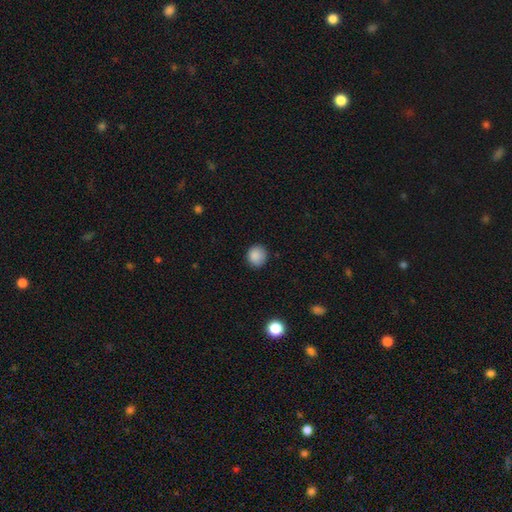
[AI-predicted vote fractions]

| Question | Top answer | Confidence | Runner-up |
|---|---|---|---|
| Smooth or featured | smooth | 88% | star or artifact (9%) |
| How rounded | round | 83% | in between (16%) |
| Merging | none | 85% | minor disturbance (11%) |